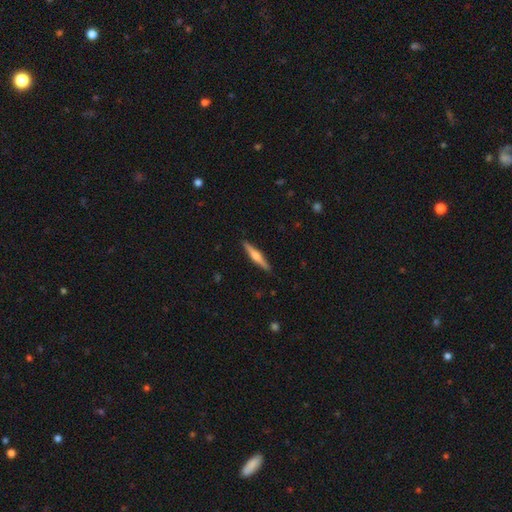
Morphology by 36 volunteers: Smooth or featured: featured or disk — 50% (smooth — 44%)
Edge-on disk: yes — 100%
Edge-on bulge: rounded — 94% (boxy — 6%)
Merging: none — 88% (minor disturbance — 12%)